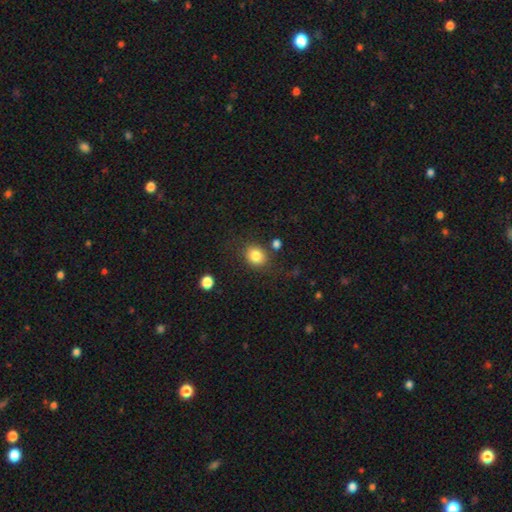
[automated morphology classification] Q: Smooth or featured?
A: smooth (83%); runner-up: star or artifact (10%)
Q: How rounded?
A: round (65%); runner-up: in between (34%)
Q: Merging?
A: none (77%); runner-up: minor disturbance (13%)